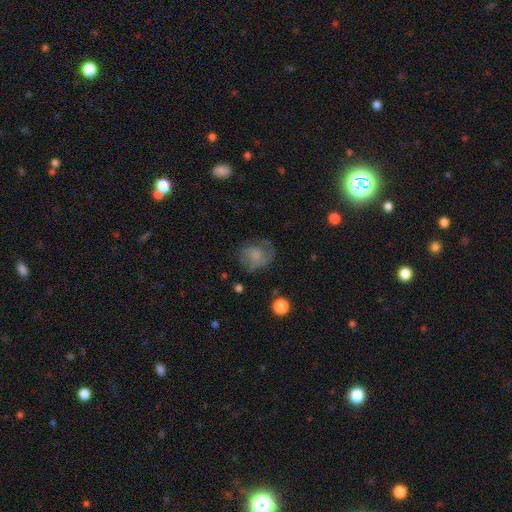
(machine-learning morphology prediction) Q: Smooth or featured?
A: smooth (59%); runner-up: featured or disk (30%)
Q: How rounded?
A: round (65%); runner-up: in between (34%)
Q: Merging?
A: none (50%); runner-up: minor disturbance (25%)